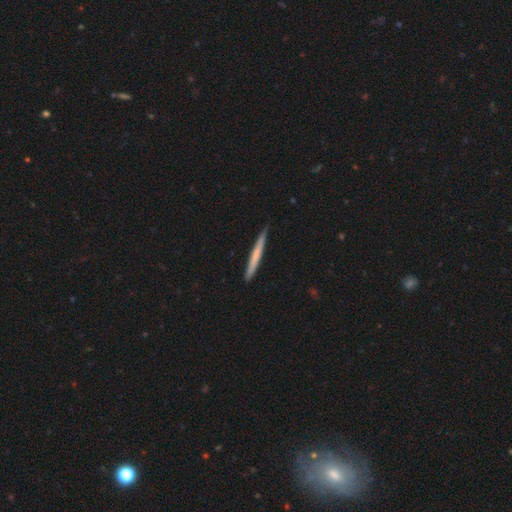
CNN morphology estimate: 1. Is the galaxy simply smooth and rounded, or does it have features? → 59% smooth, 36% featured or disk, 5% star or artifact.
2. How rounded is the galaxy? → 97% cigar-shaped, 2% in between, 1% round.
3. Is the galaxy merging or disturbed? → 88% none, 9% minor disturbance, 1% major disturbance, 1% merger.